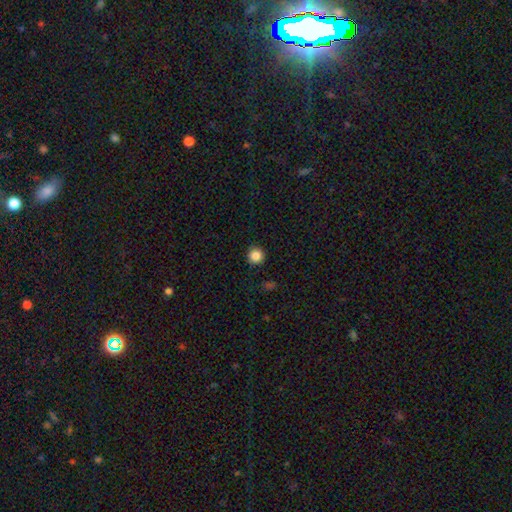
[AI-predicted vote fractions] Q: Smooth or featured?
A: smooth (86%); runner-up: star or artifact (10%)
Q: How rounded?
A: round (95%); runner-up: in between (4%)
Q: Merging?
A: none (91%); runner-up: minor disturbance (6%)